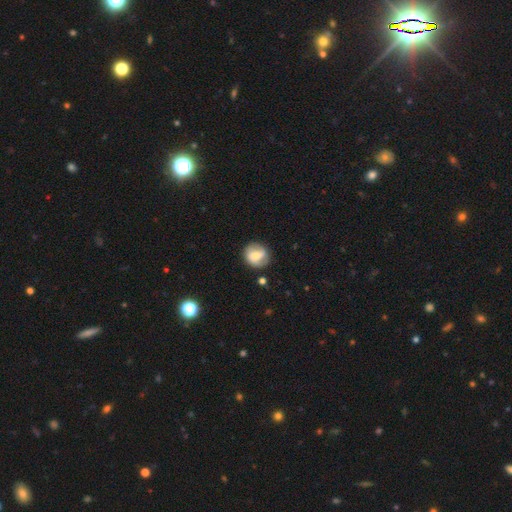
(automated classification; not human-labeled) A smooth galaxy with no disk features (55%) that is round (81%).

Vote fractions:
- Smooth or featured? smooth: 55% / featured or disk: 38% / star or artifact: 8%
- How rounded? round: 81% / in between: 18% / cigar-shaped: 1%
- Merging? none: 78% / minor disturbance: 15% / major disturbance: 5% / merger: 2%